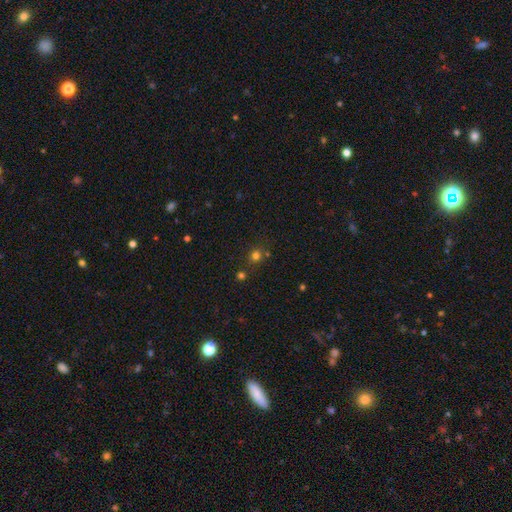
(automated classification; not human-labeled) Smooth or featured? smooth (70%)
How rounded? round (83%)
Merging? none (75%)